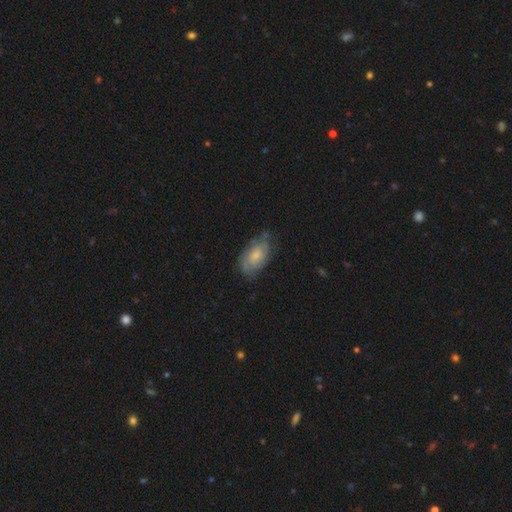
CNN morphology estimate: smooth_or_featured: smooth (p=0.49) [alt: featured or disk p=0.44]
merging: none (p=0.62) [alt: minor disturbance p=0.28]